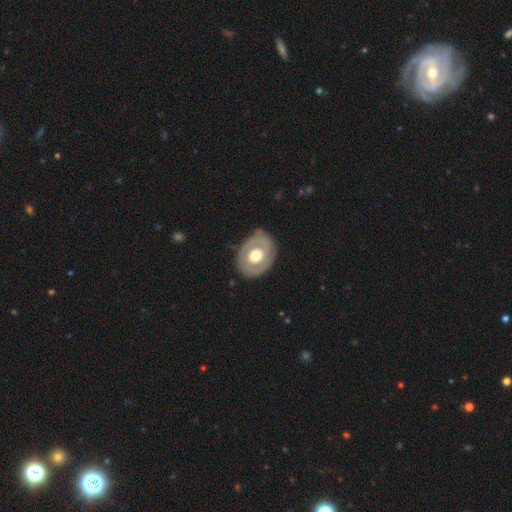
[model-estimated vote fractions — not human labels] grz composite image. It shows a featured or disk galaxy (51%). Merging: none (77%).